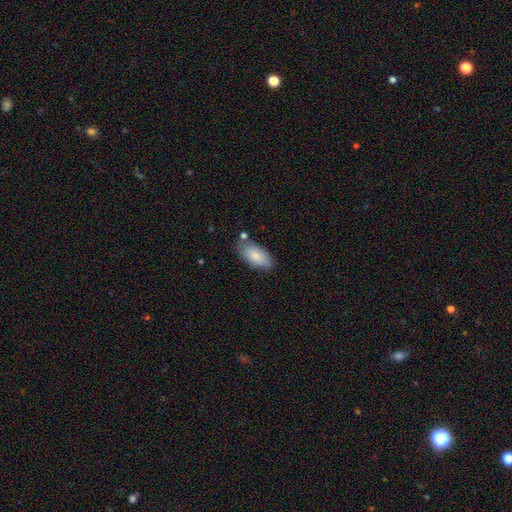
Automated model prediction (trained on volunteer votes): smooth-or-featured: smooth: 83% | featured or disk: 11% | star or artifact: 6%
  how-rounded: in between: 93% | cigar-shaped: 5% | round: 2%
  merging: none: 72% | minor disturbance: 18% | merger: 7% | major disturbance: 4%